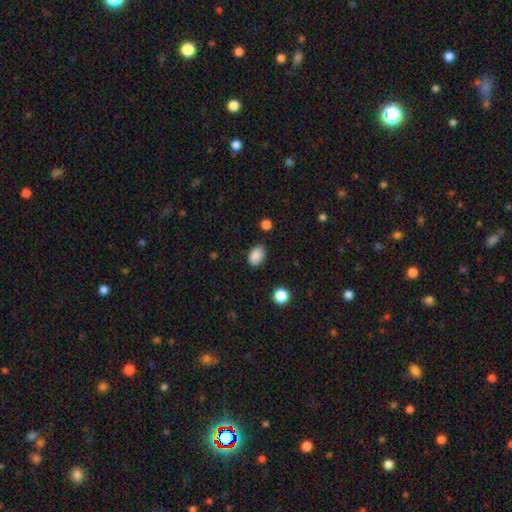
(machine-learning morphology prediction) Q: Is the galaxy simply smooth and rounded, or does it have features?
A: smooth — 88%.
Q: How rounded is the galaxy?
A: in between — 84%.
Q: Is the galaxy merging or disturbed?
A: none — 78%.